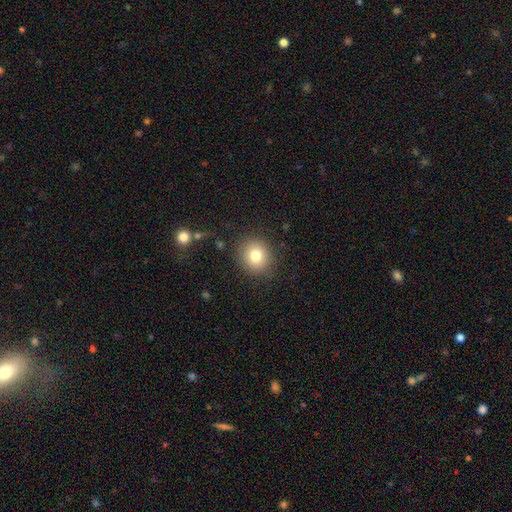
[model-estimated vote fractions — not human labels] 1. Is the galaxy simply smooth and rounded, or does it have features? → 78% smooth, 11% star or artifact, 10% featured or disk.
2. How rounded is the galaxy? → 79% round, 21% in between, 1% cigar-shaped.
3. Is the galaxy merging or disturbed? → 86% none, 9% minor disturbance, 3% major disturbance, 1% merger.